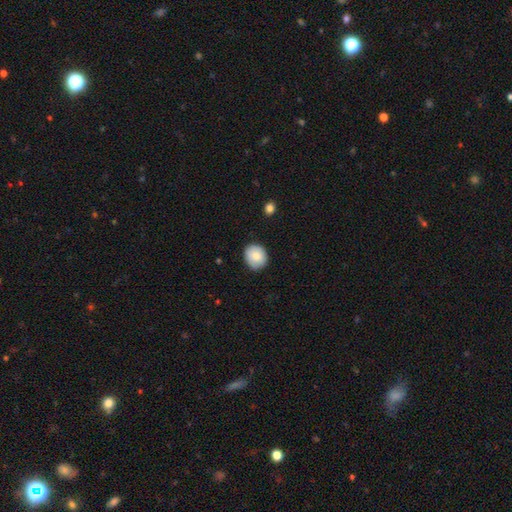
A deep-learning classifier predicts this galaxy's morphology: Q: Smooth or featured?
A: smooth (82%); runner-up: featured or disk (11%)
Q: How rounded?
A: round (71%); runner-up: in between (29%)
Q: Merging?
A: none (83%); runner-up: minor disturbance (14%)